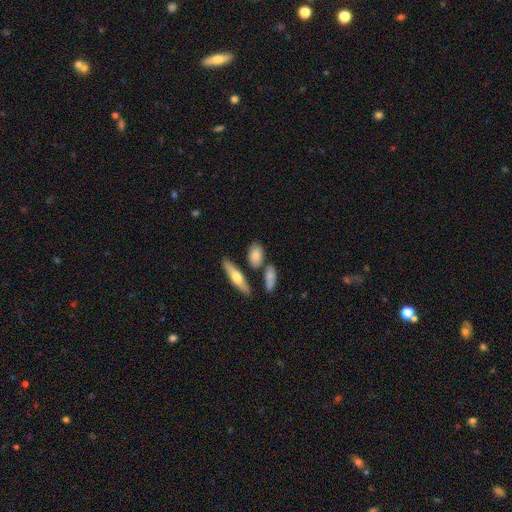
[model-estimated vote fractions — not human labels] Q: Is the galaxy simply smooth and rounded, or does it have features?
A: smooth — 74%.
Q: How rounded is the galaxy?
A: in between — 76%.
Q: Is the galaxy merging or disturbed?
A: none — 69%.